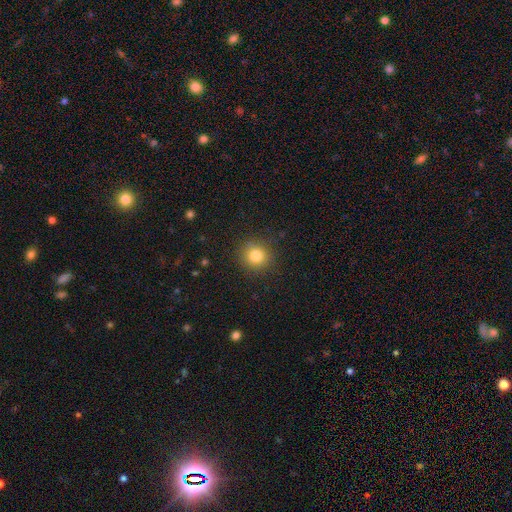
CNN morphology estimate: A smooth galaxy with no disk features (82%) that is round (90%). Merging: none (89%).